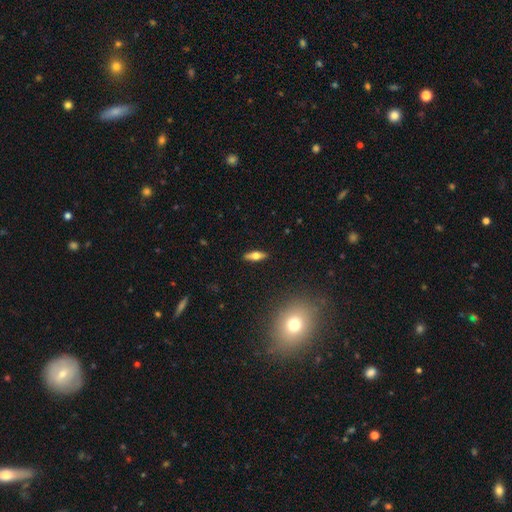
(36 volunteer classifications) smooth_or_featured: featured or disk (p=0.64) [alt: smooth p=0.33]
disk_edge_on: yes (p=0.87) [alt: no p=0.13]
edge_on_bulge: rounded (p=0.90) [alt: boxy p=0.10]
merging: none (p=0.94) [alt: major disturbance p=0.06]